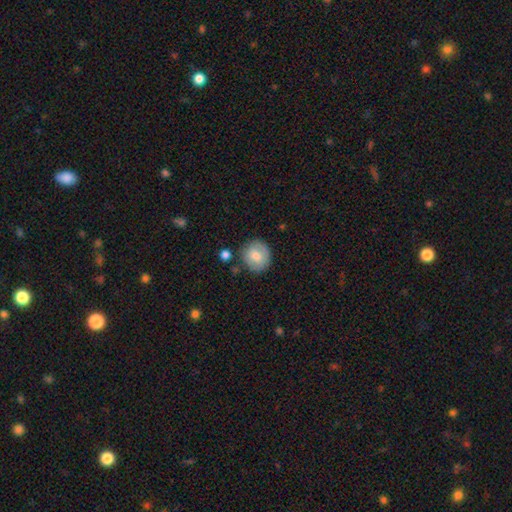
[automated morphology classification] A smooth galaxy with no disk features (76%) that is round (83%).

Vote fractions:
- Smooth or featured? smooth: 76% / featured or disk: 17% / star or artifact: 7%
- How rounded? round: 83% / in between: 16% / cigar-shaped: 1%
- Merging? none: 79% / minor disturbance: 14% / merger: 4% / major disturbance: 3%